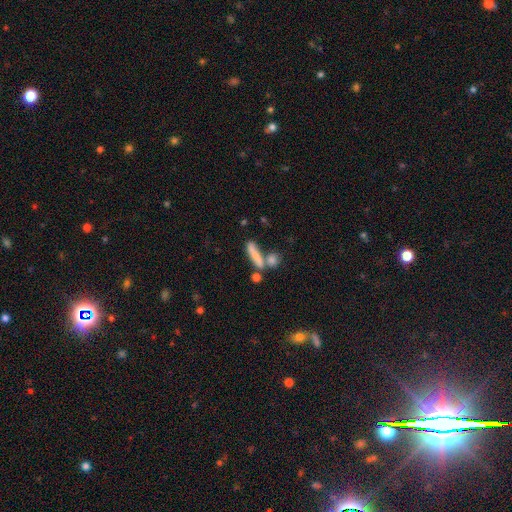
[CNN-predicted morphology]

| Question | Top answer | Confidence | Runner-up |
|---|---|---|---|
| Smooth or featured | smooth | 70% | featured or disk (20%) |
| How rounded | cigar-shaped | 70% | in between (24%) |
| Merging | none | 45% | merger (32%) |